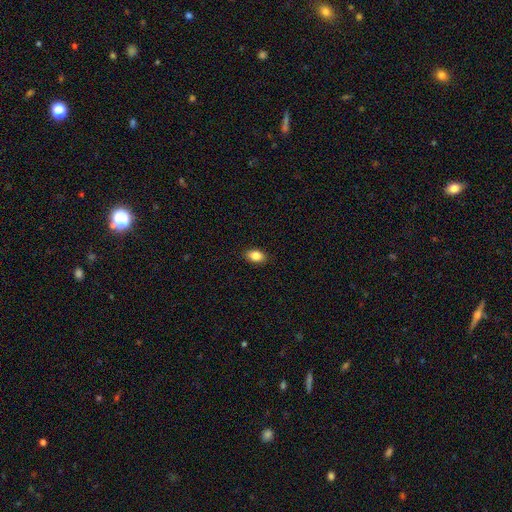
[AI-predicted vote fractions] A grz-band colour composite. It shows a smooth galaxy with no disk features (85%) that is in between round and cigar-shaped (87%). Merging: none (89%).